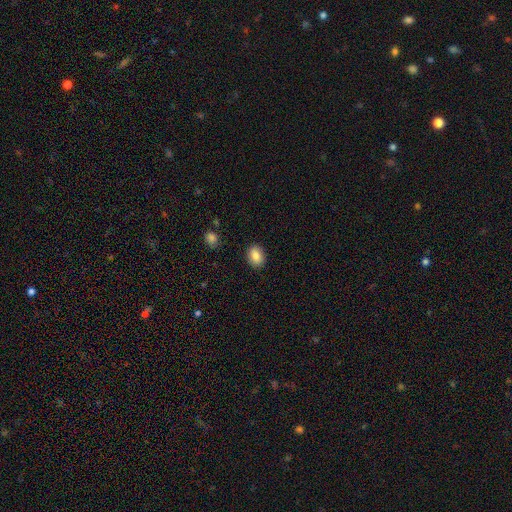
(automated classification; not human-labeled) This appears to be a smooth galaxy with no disk features (88%) that is in between round and cigar-shaped (75%). Merging: none (88%).